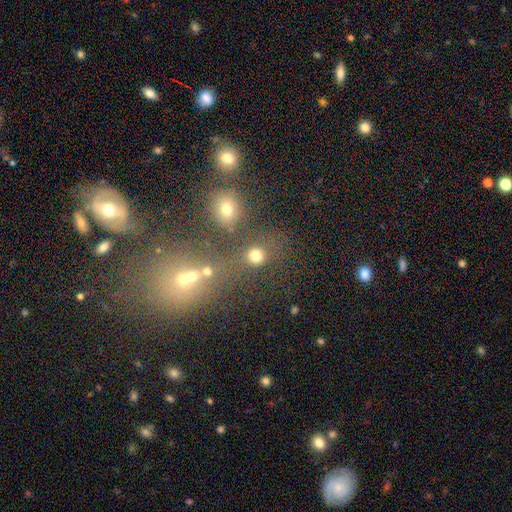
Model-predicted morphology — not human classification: A smooth galaxy with no disk features (76%) that is round (85%).

Vote fractions:
- Smooth or featured? smooth: 76% / star or artifact: 18% / featured or disk: 7%
- How rounded? round: 85% / in between: 13% / cigar-shaped: 1%
- Merging? none: 66% / merger: 19% / minor disturbance: 9% / major disturbance: 6%